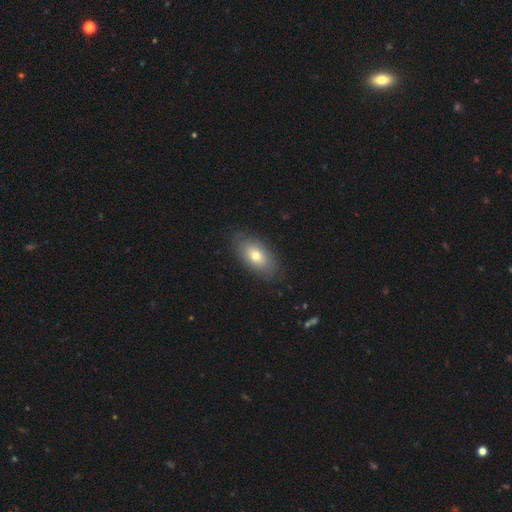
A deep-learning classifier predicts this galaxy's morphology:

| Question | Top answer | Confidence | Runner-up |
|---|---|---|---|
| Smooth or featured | smooth | 71% | featured or disk (21%) |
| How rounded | in between | 91% | round (6%) |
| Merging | none | 83% | minor disturbance (12%) |